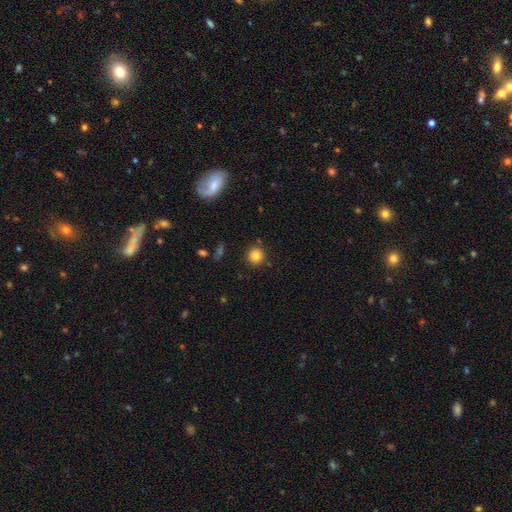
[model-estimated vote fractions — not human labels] smooth 82%, star or artifact 11%, featured or disk 7%. Down the decision tree: how rounded — round (93%); merging — none (88%).